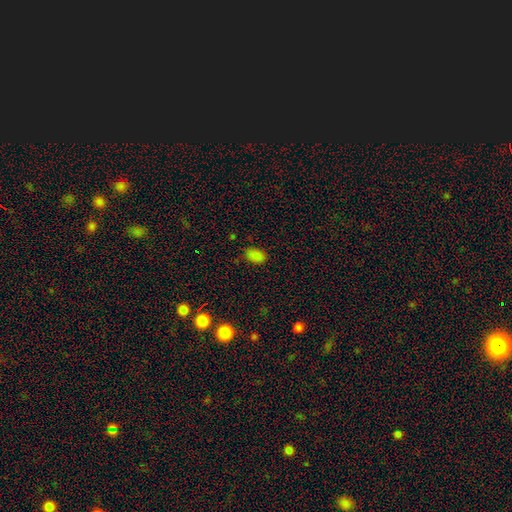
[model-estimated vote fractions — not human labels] Smooth or featured? smooth (81%)
How rounded? in between (89%)
Merging? none (78%)